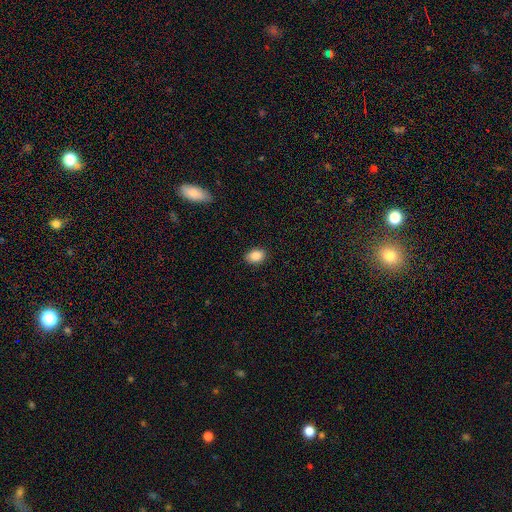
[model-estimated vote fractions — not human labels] This is clearly a smooth galaxy (88%). How rounded: likely in between (74%). Merging: clearly none (89%).